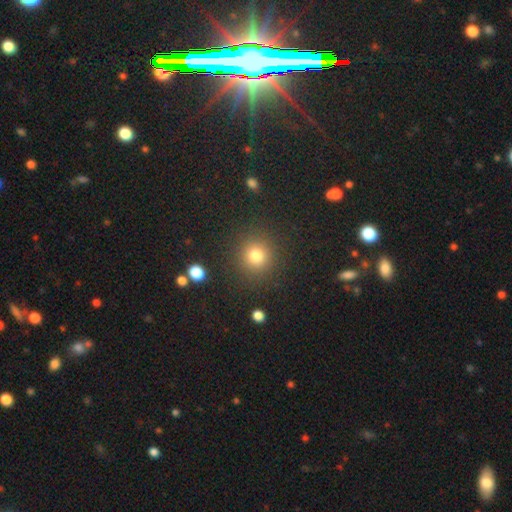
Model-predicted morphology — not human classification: Smooth or featured?
  - smooth: 79% *
  - star or artifact: 14%
  - featured or disk: 7%
How rounded?
  - round: 92% *
  - in between: 7%
  - cigar-shaped: 1%
Merging?
  - none: 88% *
  - minor disturbance: 6%
  - major disturbance: 3%
  - merger: 2%